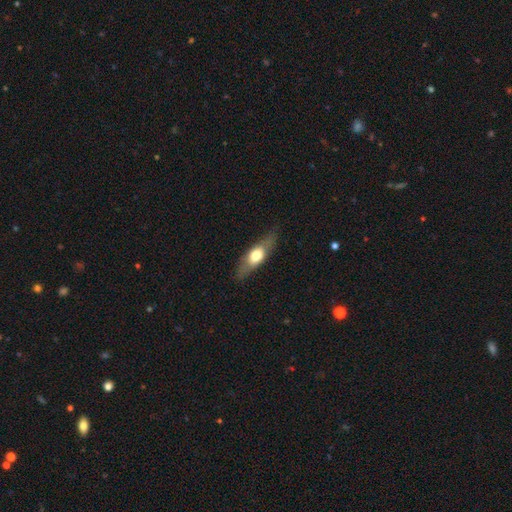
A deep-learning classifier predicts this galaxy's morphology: Smooth or featured: smooth — 51% (featured or disk — 42%)
How rounded: in between — 55% (cigar-shaped — 40%)
Merging: none — 80% (minor disturbance — 15%)